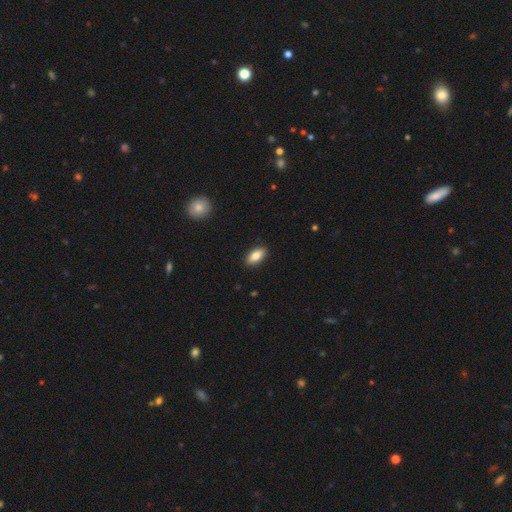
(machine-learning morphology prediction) The model was most divided on "smooth or featured": smooth: 84%, featured or disk: 10%, star or artifact: 7%. More confident: merging — none (90%); how rounded — in between (89%).